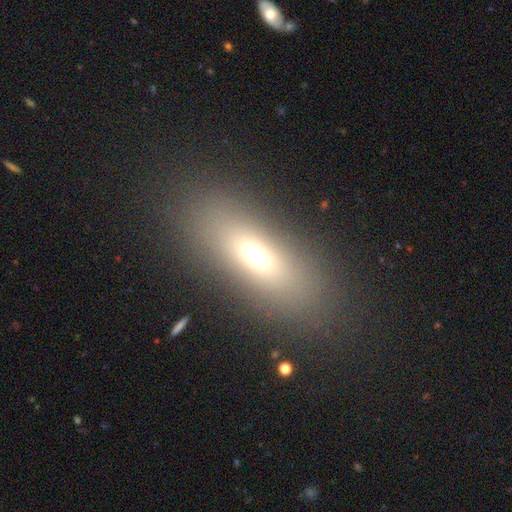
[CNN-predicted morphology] smooth_or_featured: smooth (p=0.63) [alt: featured or disk p=0.22]
how_rounded: in between (p=0.69) [alt: cigar-shaped p=0.25]
merging: none (p=0.83) [alt: minor disturbance p=0.09]